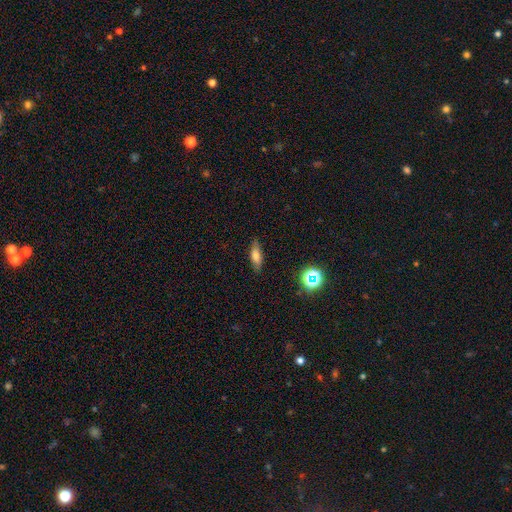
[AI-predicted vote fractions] Morphology: type=smooth (69%); roundness=in between (62%); merging=none (84%).